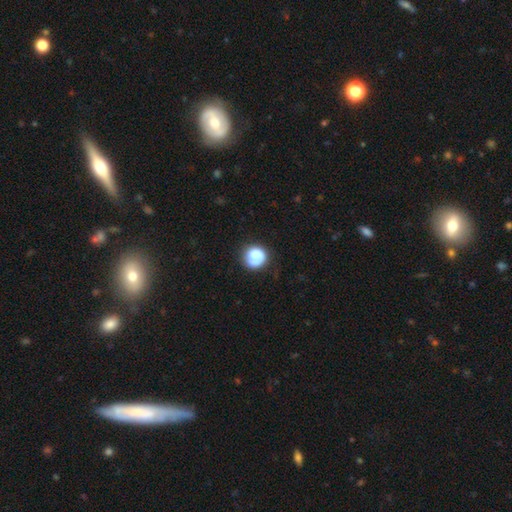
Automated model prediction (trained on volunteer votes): smooth-or-featured: smooth: 72% | featured or disk: 20% | star or artifact: 8%
  how-rounded: round: 85% | in between: 14% | cigar-shaped: 1%
  merging: none: 62% | minor disturbance: 21% | major disturbance: 11% | merger: 6%